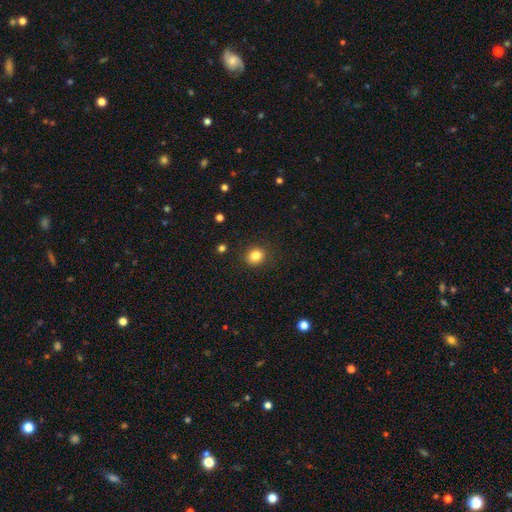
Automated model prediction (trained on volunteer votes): Smooth or featured? Predicted: smooth (p=0.83). How rounded? Predicted: round (p=0.81). Merging? Predicted: none (p=0.88).